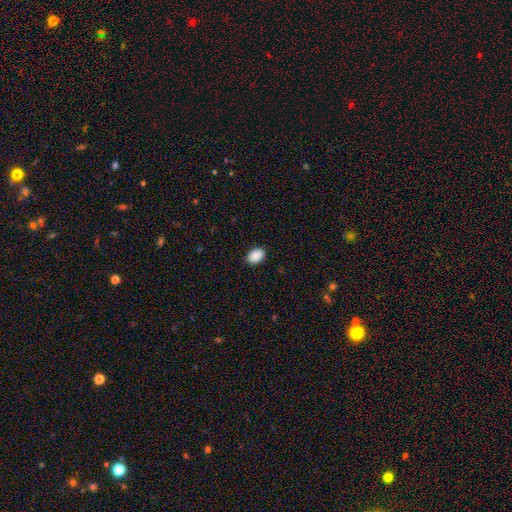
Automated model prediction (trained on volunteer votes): Smooth or featured? Predicted: smooth (p=0.91). How rounded? Predicted: in between (p=0.87). Merging? Predicted: none (p=0.90).